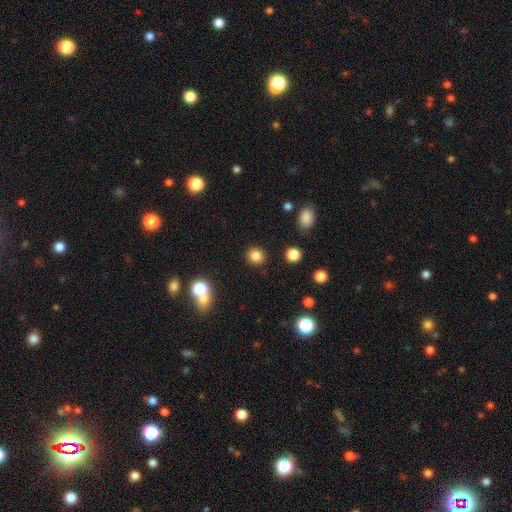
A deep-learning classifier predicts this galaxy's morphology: Smooth or featured? smooth (84%)
How rounded? round (87%)
Merging? none (90%)